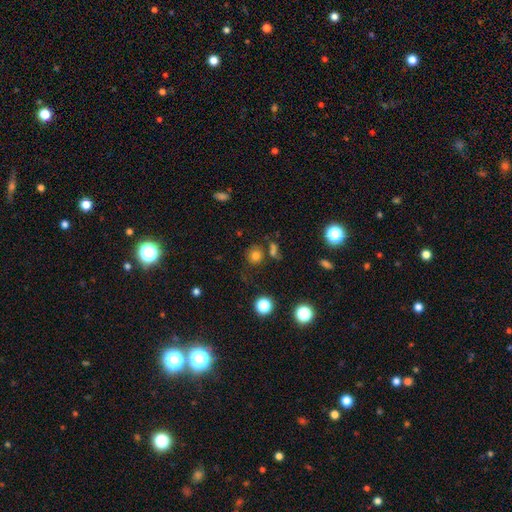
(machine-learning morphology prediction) This is likely a smooth galaxy (73%). How rounded: clearly round (87%). Merging: likely none (70%).